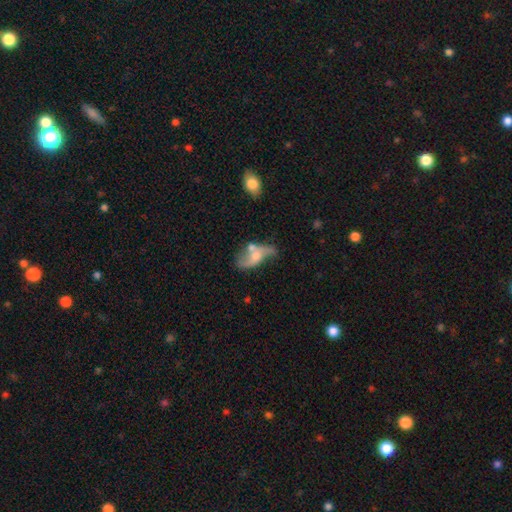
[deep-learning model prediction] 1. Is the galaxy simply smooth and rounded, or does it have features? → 65% featured or disk, 27% smooth, 8% star or artifact.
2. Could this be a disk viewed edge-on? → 92% no, 8% yes.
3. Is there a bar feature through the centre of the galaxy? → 65% no, 28% weak, 7% strong.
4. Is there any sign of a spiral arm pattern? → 81% yes, 19% no.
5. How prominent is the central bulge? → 47% moderate, 35% small, 10% none, 6% large, 2% dominant.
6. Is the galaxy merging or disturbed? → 41% none, 22% minor disturbance, 21% merger, 16% major disturbance.